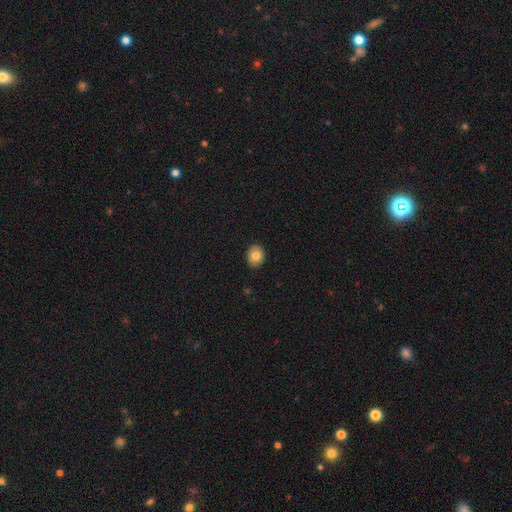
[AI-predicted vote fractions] This appears to be a smooth galaxy with no disk features (80%) that is round (54%). Merging: none (89%).